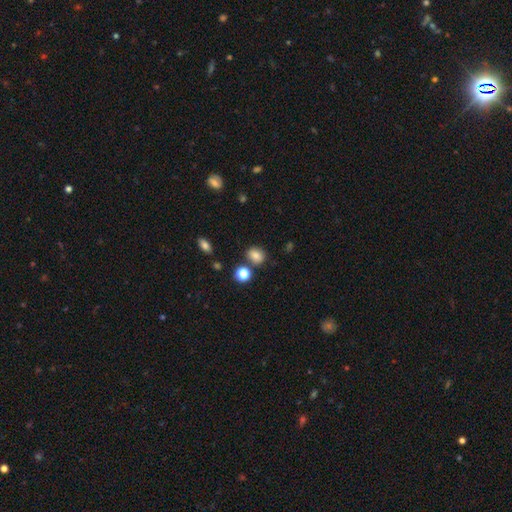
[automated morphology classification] This is clearly a smooth galaxy (80%). How rounded: possibly round (58%). Merging: likely none (76%).